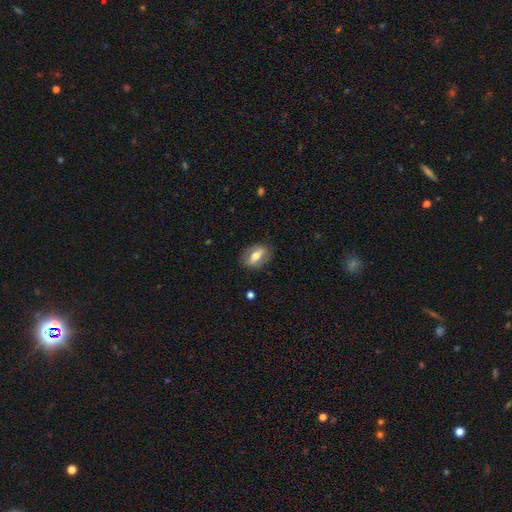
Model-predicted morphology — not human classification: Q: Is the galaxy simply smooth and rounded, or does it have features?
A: featured or disk — 47%.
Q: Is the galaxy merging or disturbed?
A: none — 83%.